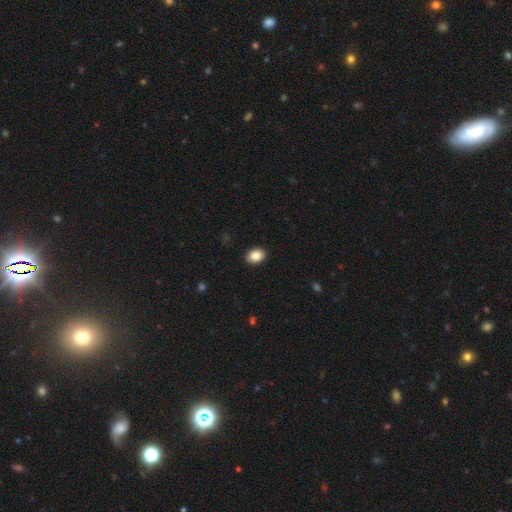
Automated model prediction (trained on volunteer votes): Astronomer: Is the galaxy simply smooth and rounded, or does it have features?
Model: smooth — 86%.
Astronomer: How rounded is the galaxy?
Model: in between — 70%.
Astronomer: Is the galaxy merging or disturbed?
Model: none — 91%.